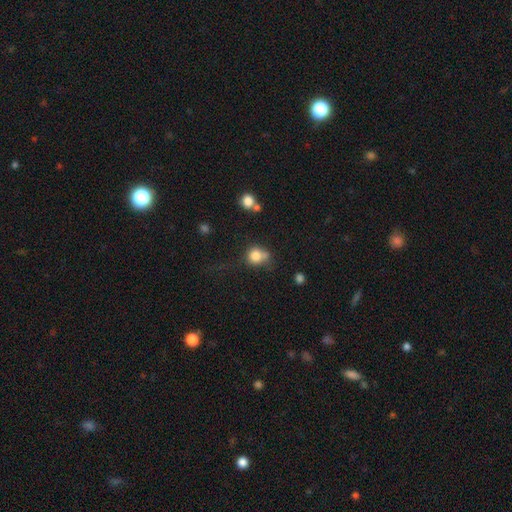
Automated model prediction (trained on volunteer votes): Morphology: type=smooth (80%); roundness=round (81%); merging=none (48%).